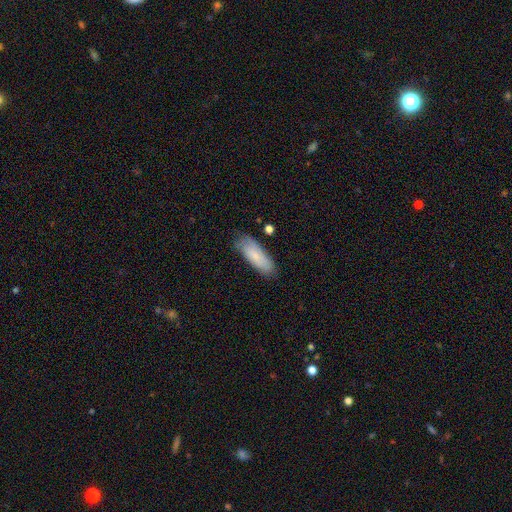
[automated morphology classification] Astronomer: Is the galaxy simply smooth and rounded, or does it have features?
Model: smooth — 80%.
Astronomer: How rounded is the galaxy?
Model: in between — 65%.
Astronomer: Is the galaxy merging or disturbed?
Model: none — 74%.